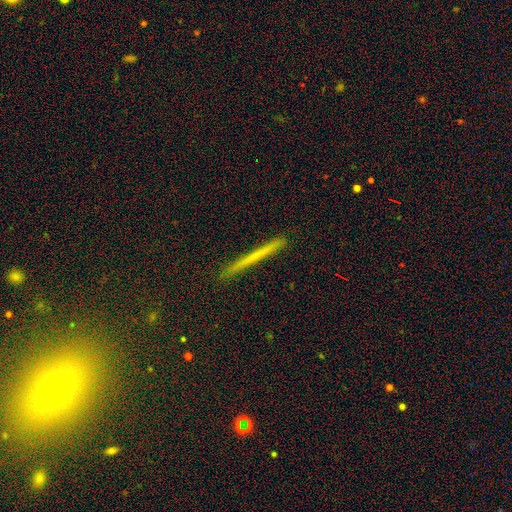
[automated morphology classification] type=smooth (55%); roundness=cigar-shaped (96%); merging=none (91%).